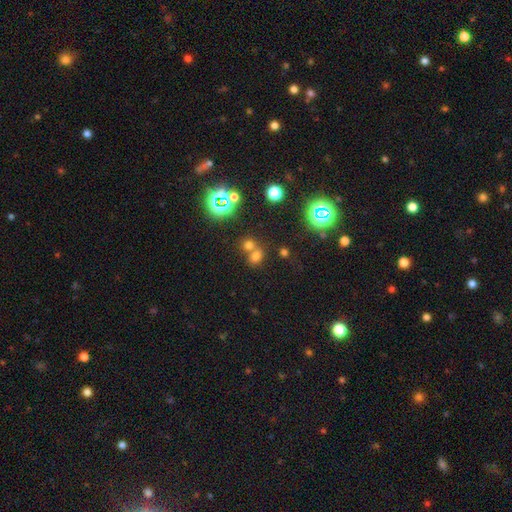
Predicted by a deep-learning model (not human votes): Smooth or featured: smooth — 59% (star or artifact — 31%)
How rounded: in between — 50% (round — 49%)
Merging: merger — 46% (none — 42%)